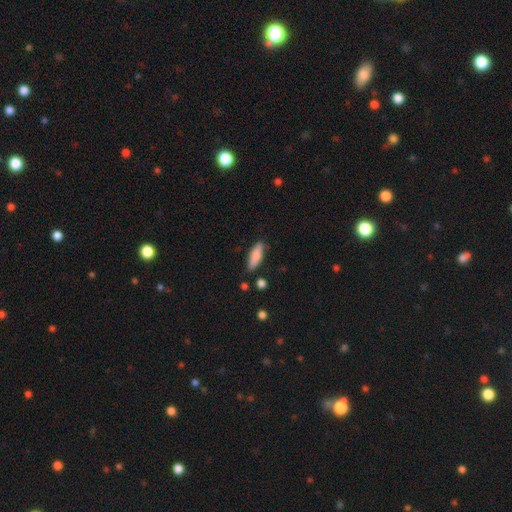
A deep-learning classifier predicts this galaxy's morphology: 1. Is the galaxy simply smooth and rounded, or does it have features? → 82% smooth, 12% featured or disk, 6% star or artifact.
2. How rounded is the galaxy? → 51% in between, 47% cigar-shaped, 2% round.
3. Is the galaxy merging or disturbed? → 80% none, 14% minor disturbance, 3% major disturbance, 3% merger.